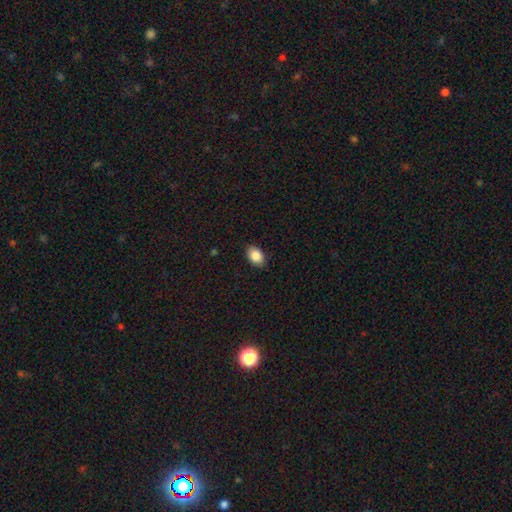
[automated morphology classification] Smooth or featured? smooth (87%)
How rounded? in between (83%)
Merging? none (87%)